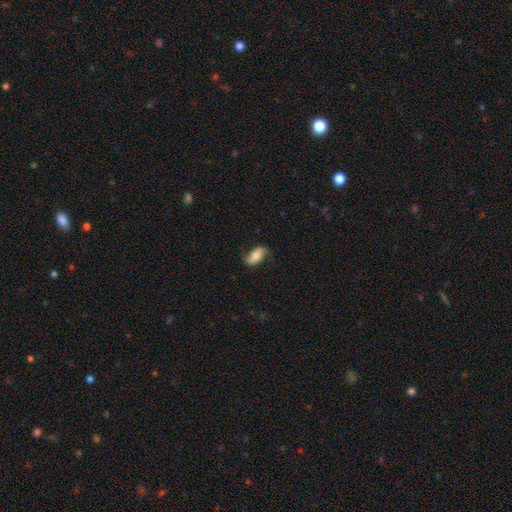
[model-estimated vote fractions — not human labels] This is possibly a smooth galaxy (55%). How rounded: clearly in between (86%). Merging: likely none (70%).